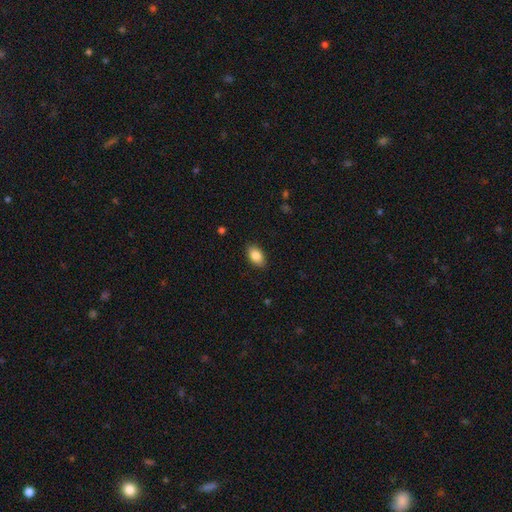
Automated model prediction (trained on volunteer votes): The model was most divided on "smooth or featured": smooth: 85%, star or artifact: 7%, featured or disk: 7%. More confident: how rounded — in between (91%); merging — none (88%).